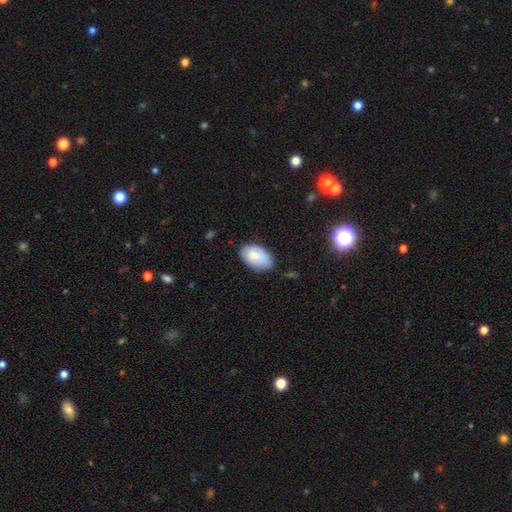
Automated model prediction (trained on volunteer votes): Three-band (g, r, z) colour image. It shows a smooth galaxy with no disk features (79%) that is in between round and cigar-shaped (92%). Merging: none (68%).